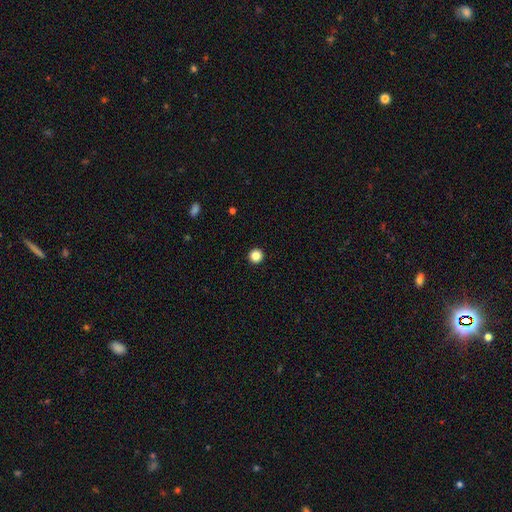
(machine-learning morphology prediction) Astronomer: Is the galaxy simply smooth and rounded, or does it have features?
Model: smooth — 85%.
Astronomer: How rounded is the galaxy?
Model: round — 96%.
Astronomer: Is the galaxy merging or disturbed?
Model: none — 94%.